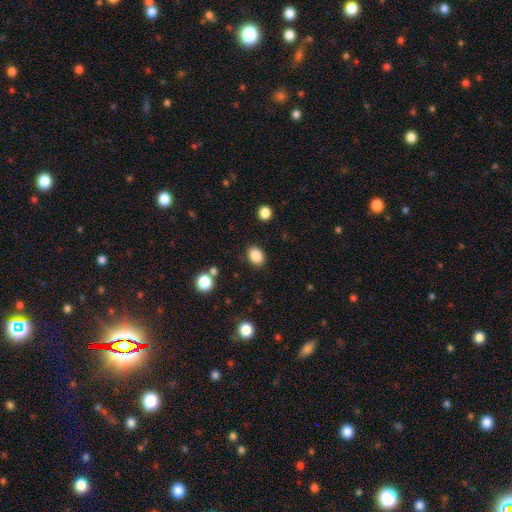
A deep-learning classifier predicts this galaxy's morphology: Smooth or featured: smooth — 86% (star or artifact — 9%)
How rounded: in between — 73% (round — 26%)
Merging: none — 86% (minor disturbance — 9%)